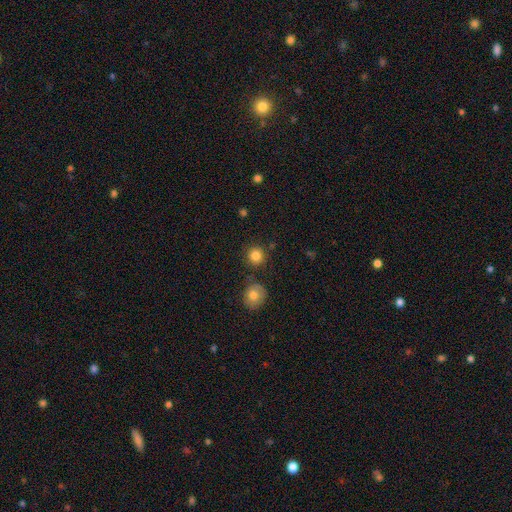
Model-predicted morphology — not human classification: Smooth or featured?
  - smooth: 84% *
  - star or artifact: 11%
  - featured or disk: 5%
How rounded?
  - round: 93% *
  - in between: 6%
  - cigar-shaped: 1%
Merging?
  - none: 84% *
  - minor disturbance: 8%
  - merger: 6%
  - major disturbance: 3%